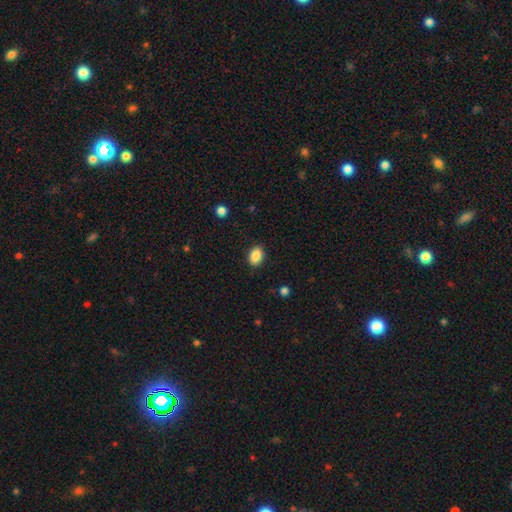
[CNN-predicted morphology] Overall: smooth (87%). How rounded: in between (79%). Merging: none (89%).